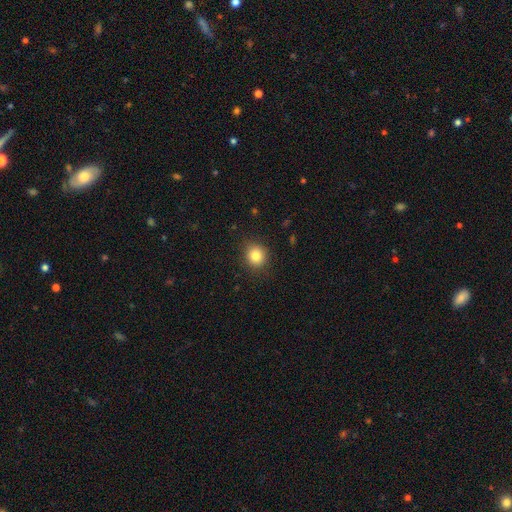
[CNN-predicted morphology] Smooth or featured: smooth — 83% (star or artifact — 11%)
How rounded: round — 84% (in between — 15%)
Merging: none — 88% (minor disturbance — 8%)